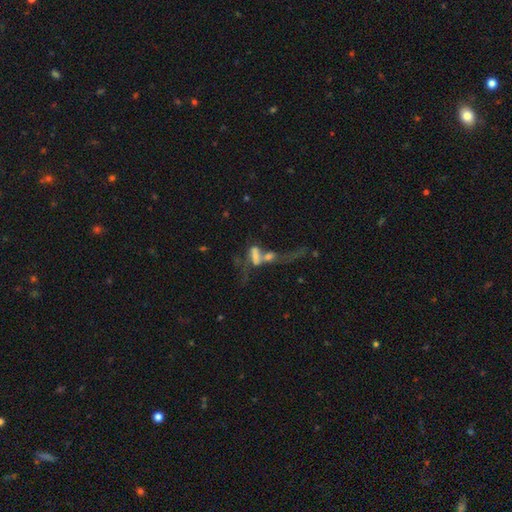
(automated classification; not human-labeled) This appears to be a featured or disk galaxy (45%). Merging: merger (64%).